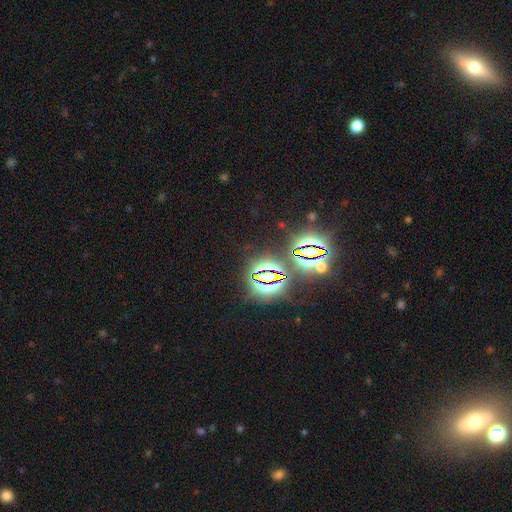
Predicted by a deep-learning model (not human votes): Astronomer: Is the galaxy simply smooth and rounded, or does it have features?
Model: star or artifact — 80%.